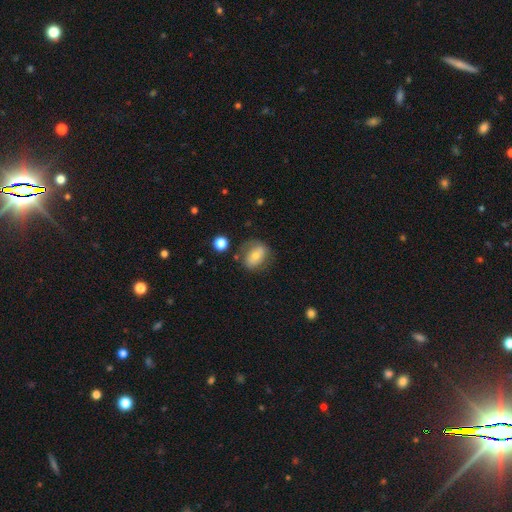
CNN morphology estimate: Overall: smooth (57%; featured or disk 34%). How rounded: in between (64%; round 34%). Merging: none (63%).